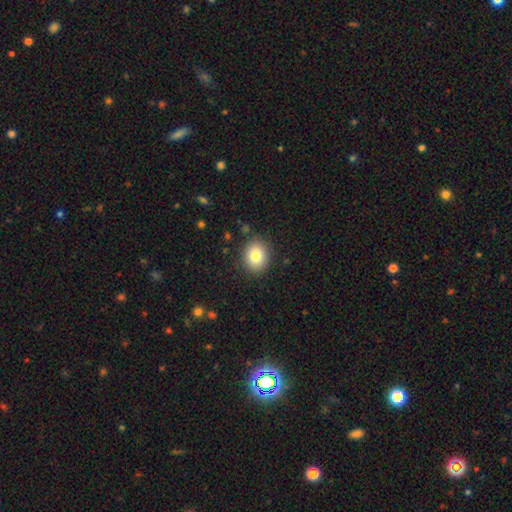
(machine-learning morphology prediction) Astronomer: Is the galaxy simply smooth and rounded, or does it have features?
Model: smooth — 81%.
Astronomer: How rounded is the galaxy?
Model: round — 62% (runner-up: in between, 37%).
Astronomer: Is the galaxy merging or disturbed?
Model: none — 88%.